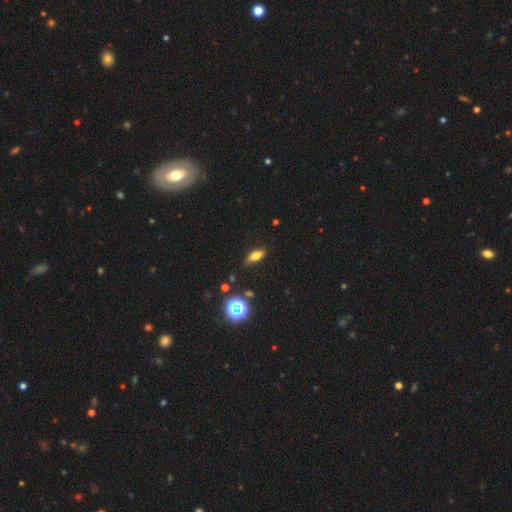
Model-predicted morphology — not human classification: Q: Smooth or featured?
A: smooth (66%); runner-up: featured or disk (19%)
Q: How rounded?
A: in between (70%); runner-up: cigar-shaped (24%)
Q: Merging?
A: none (80%); runner-up: minor disturbance (15%)